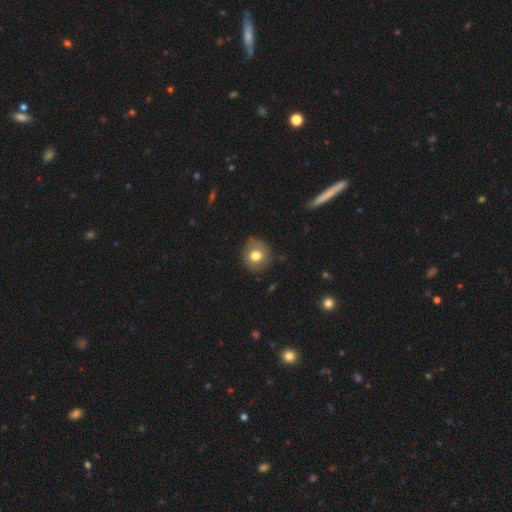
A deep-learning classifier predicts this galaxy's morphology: This is likely a smooth galaxy (74%). How rounded: clearly round (83%). Merging: clearly none (81%).